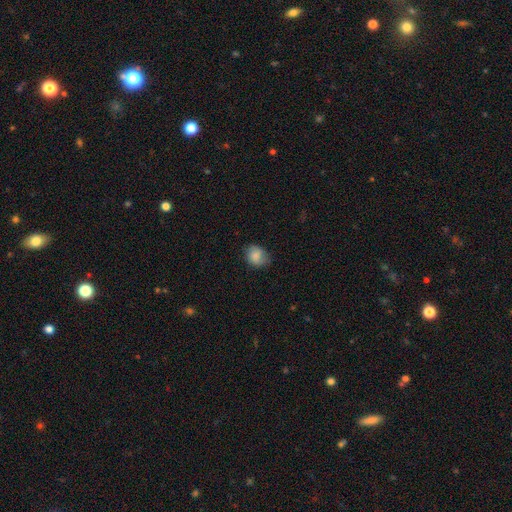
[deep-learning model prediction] A smooth galaxy with no disk features (80%) that is round (55%).

Vote fractions:
- Smooth or featured? smooth: 80% / featured or disk: 12% / star or artifact: 8%
- How rounded? round: 55% / in between: 44% / cigar-shaped: 1%
- Merging? none: 66% / minor disturbance: 26% / major disturbance: 7% / merger: 1%